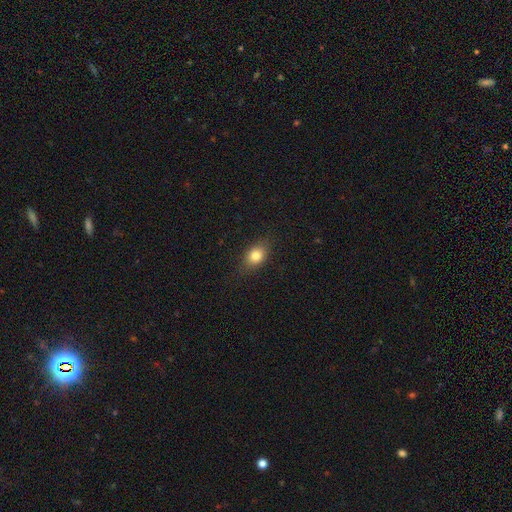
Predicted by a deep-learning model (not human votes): Q: Smooth or featured?
A: smooth (81%); runner-up: star or artifact (10%)
Q: How rounded?
A: in between (66%); runner-up: round (31%)
Q: Merging?
A: none (82%); runner-up: minor disturbance (14%)